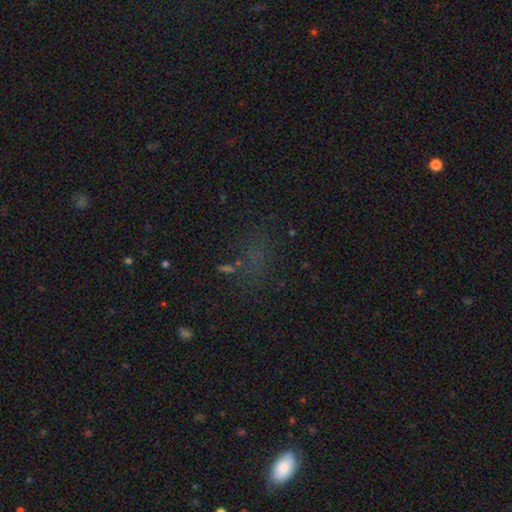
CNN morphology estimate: Q: Smooth or featured?
A: star or artifact (46%); runner-up: smooth (40%)